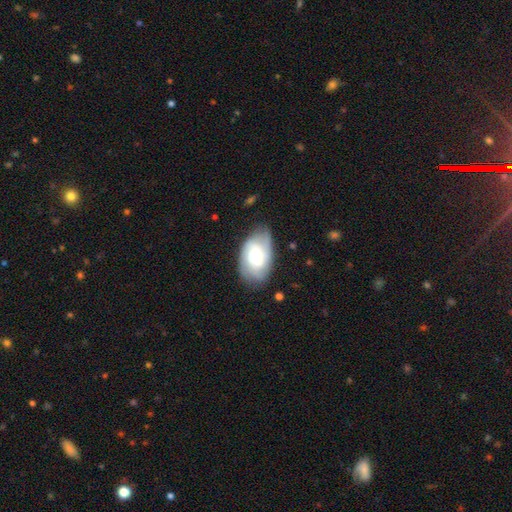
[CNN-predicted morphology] The model was most divided on "spiral arm count": can't tell: 33%, 2: 30%, 3: 23%, 4: 6%, 1: 4%, more than 4: 3%. Remaining: edge-on disk — no (96%); spiral arms — yes (89%); merging — none (70%); smooth or featured — featured or disk (59%); bar — no (55%); spiral winding — tight (49%); bulge size — moderate (46%).